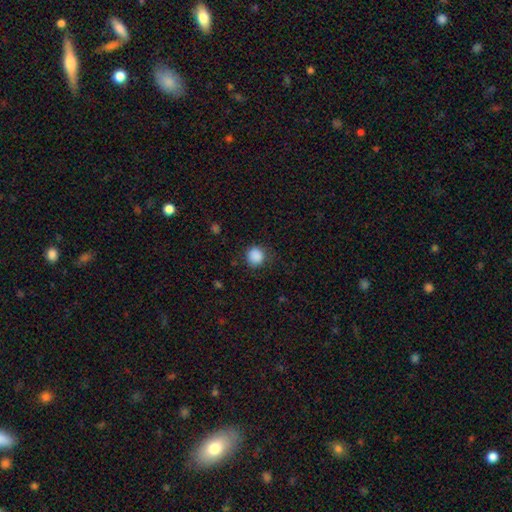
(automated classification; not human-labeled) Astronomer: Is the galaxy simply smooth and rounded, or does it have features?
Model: smooth — 88%.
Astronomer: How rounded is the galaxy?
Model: round — 87%.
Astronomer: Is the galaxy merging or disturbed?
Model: none — 82%.